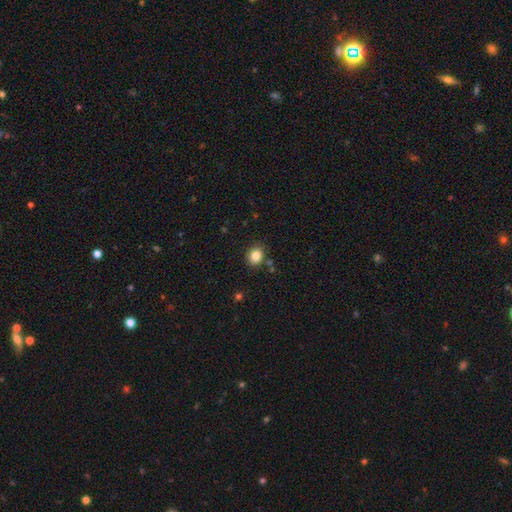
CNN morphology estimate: This appears to be a smooth galaxy with no disk features (84%) that is round (66%). Merging: none (83%).